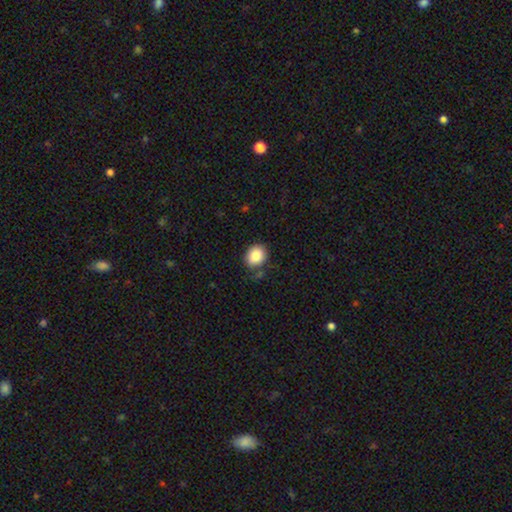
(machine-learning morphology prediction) Q: Smooth or featured?
A: smooth (85%); runner-up: star or artifact (9%)
Q: How rounded?
A: round (60%); runner-up: in between (39%)
Q: Merging?
A: none (78%); runner-up: minor disturbance (14%)